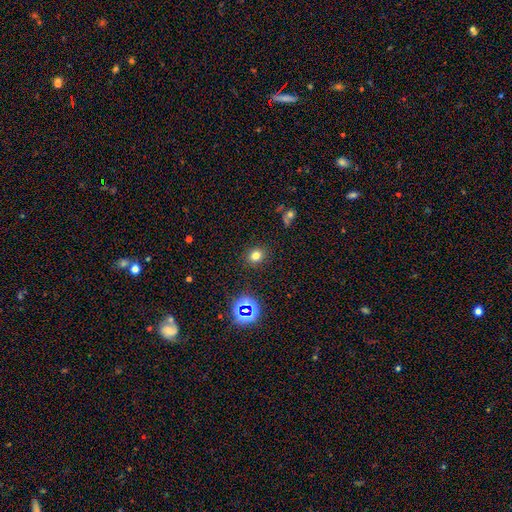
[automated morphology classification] A smooth galaxy with no disk features (73%) that is round (75%). Merging: none (88%).